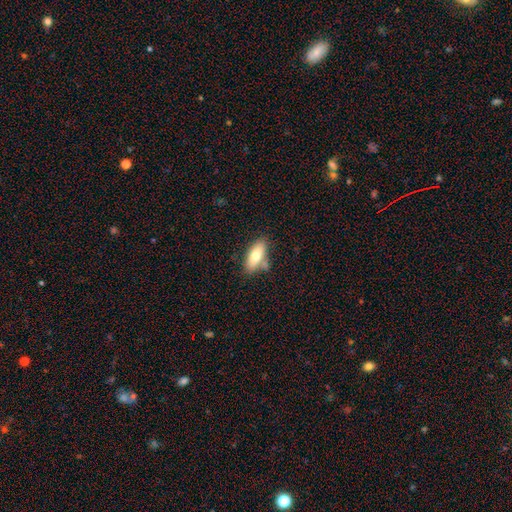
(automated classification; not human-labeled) This is likely a smooth galaxy (71%). How rounded: clearly in between (82%). Merging: likely none (68%).